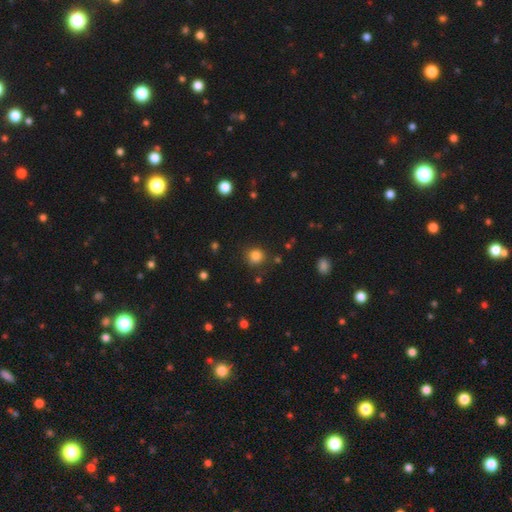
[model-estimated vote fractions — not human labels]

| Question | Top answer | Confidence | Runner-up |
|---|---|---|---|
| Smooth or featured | smooth | 82% | star or artifact (13%) |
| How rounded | round | 89% | in between (10%) |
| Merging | none | 84% | minor disturbance (10%) |